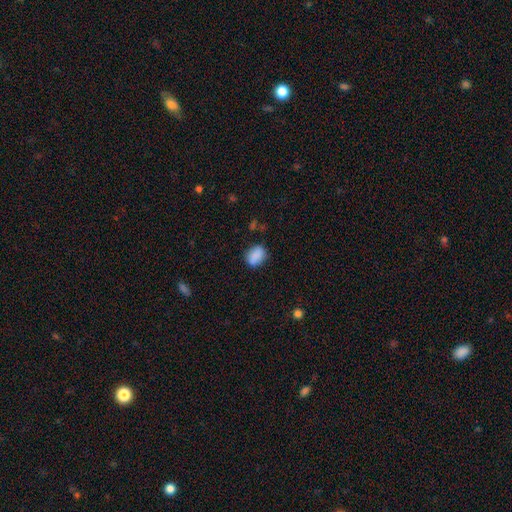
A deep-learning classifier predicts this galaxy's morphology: A smooth galaxy with no disk features (86%) that is in between round and cigar-shaped (67%). Merging: none (77%).